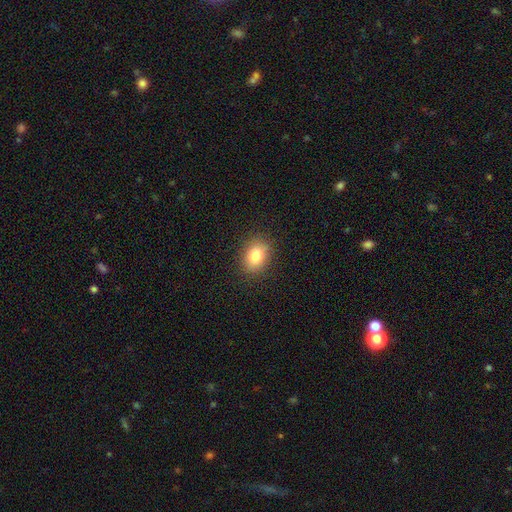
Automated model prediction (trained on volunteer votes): Smooth or featured: smooth — 82% (star or artifact — 10%)
How rounded: in between — 63% (round — 35%)
Merging: none — 87% (minor disturbance — 10%)